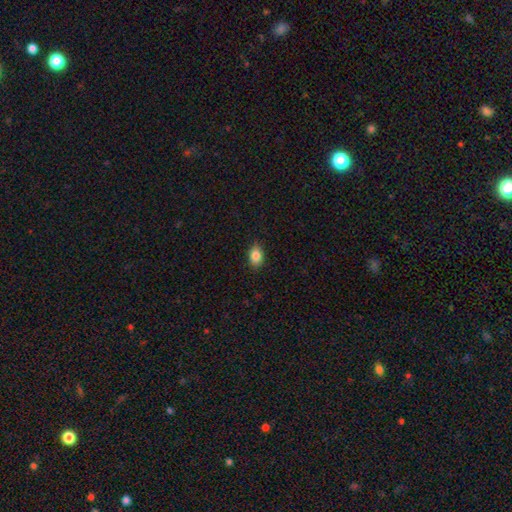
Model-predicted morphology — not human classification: type=smooth (85%); roundness=in between (80%); merging=none (86%).